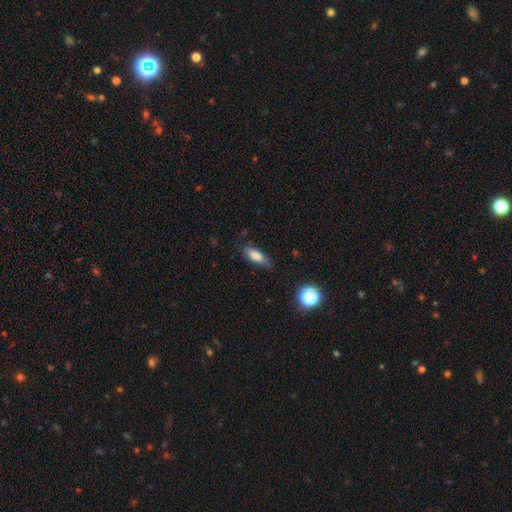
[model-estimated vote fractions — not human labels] This is likely a smooth galaxy (80%). How rounded: likely in between (64%). Merging: likely none (76%).